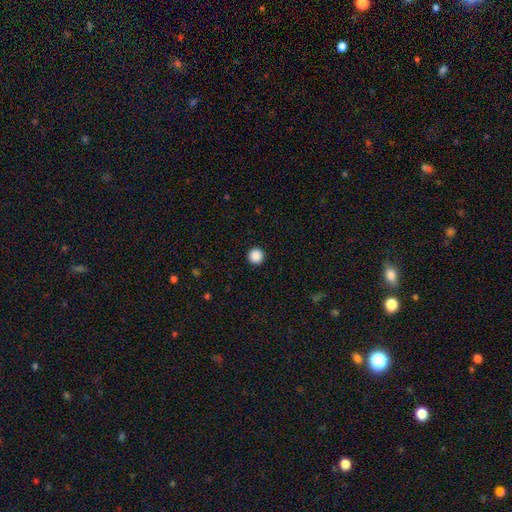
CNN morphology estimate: Q: Smooth or featured?
A: smooth (89%); runner-up: star or artifact (9%)
Q: How rounded?
A: round (97%); runner-up: in between (3%)
Q: Merging?
A: none (94%); runner-up: minor disturbance (4%)